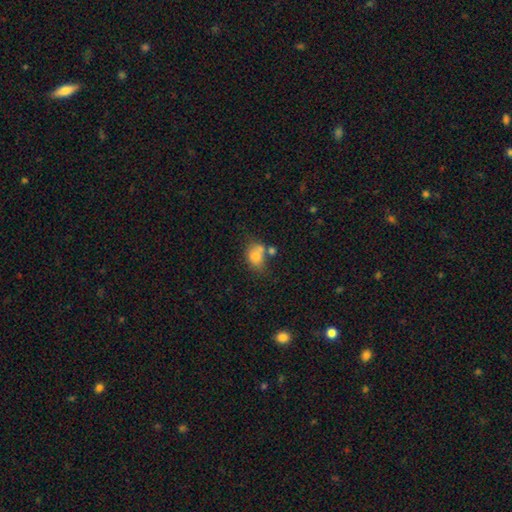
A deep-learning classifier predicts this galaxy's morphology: A smooth galaxy with no disk features (75%) that is in between round and cigar-shaped (62%). Merging: none (37%).